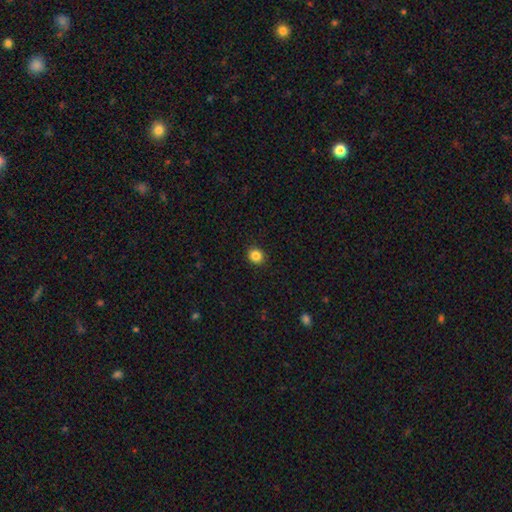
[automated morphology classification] Smooth or featured?
  - smooth: 85% *
  - star or artifact: 11%
  - featured or disk: 4%
How rounded?
  - round: 83% *
  - in between: 16%
  - cigar-shaped: 1%
Merging?
  - none: 92% *
  - minor disturbance: 5%
  - major disturbance: 2%
  - merger: 1%